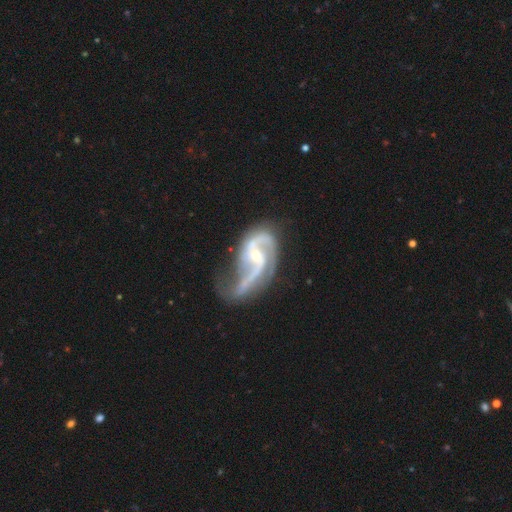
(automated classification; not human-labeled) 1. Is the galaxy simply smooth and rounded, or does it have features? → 91% featured or disk, 5% star or artifact, 4% smooth.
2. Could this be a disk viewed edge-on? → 97% no, 3% yes.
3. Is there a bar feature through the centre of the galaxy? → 43% no, 40% weak, 17% strong.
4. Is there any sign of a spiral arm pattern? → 97% yes, 3% no.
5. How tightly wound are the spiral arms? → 46% loose, 43% medium, 11% tight.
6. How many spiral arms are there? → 85% 2, 5% 1, 4% can't tell, 3% 3, 2% 4, 2% more than 4.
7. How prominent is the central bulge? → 63% small, 33% moderate, 2% none, 1% large, 1% dominant.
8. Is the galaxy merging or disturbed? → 42% none, 28% major disturbance, 25% minor disturbance, 5% merger.